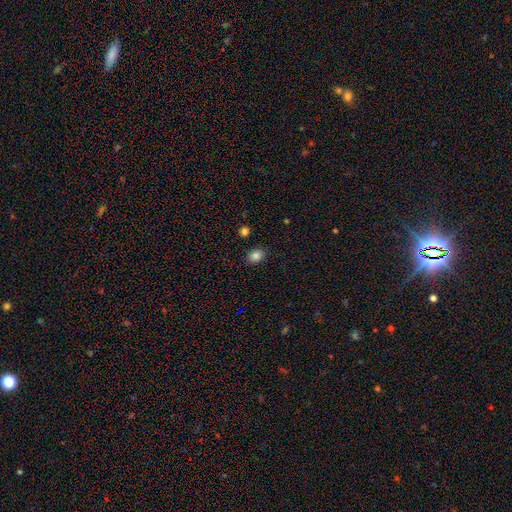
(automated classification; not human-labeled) smooth 85%, star or artifact 10%, featured or disk 5%. Down the decision tree: how rounded — in between (64%); merging — none (87%).